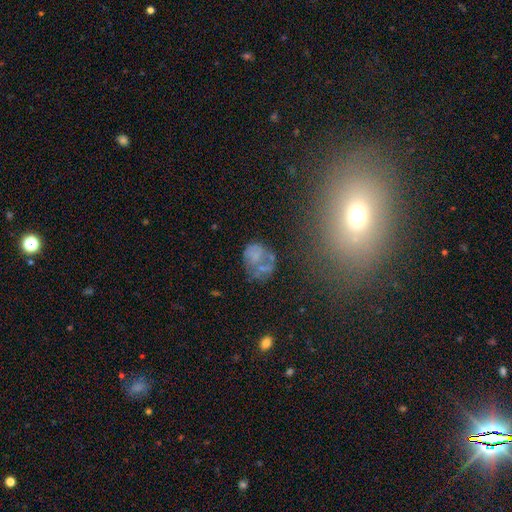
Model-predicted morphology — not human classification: smooth 42%, featured or disk 41%, star or artifact 17%. Down the decision tree: merging — none (39%).